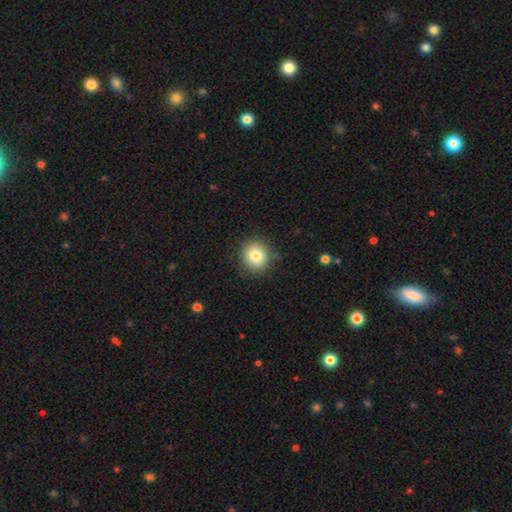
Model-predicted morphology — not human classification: Smooth or featured? Predicted: smooth (p=0.81). How rounded? Predicted: round (p=0.87). Merging? Predicted: none (p=0.87).